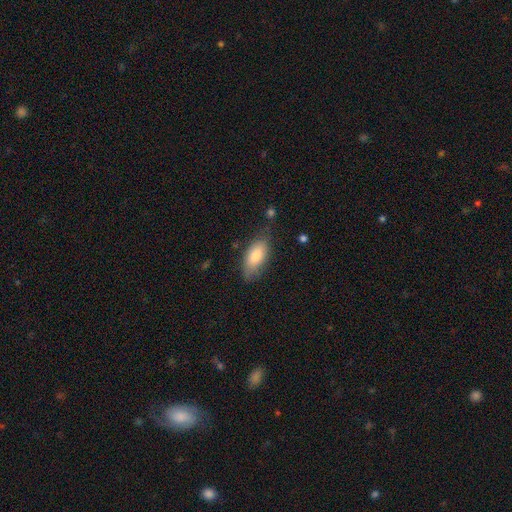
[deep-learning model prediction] smooth 79%, featured or disk 14%, star or artifact 7%. Down the decision tree: how rounded — in between (87%); merging — none (72%).